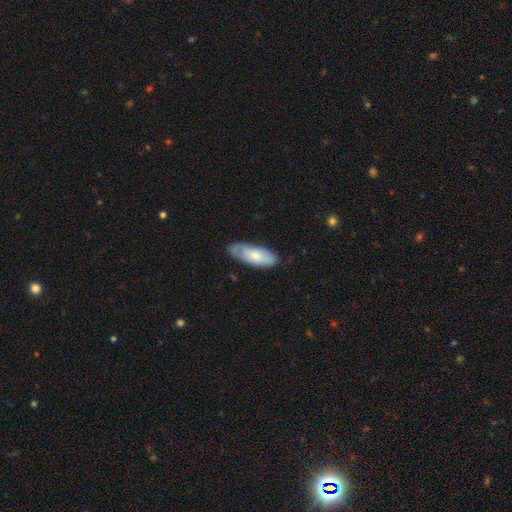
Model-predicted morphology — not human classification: This is likely a smooth galaxy (69%). How rounded: likely in between (71%). Merging: likely none (67%).